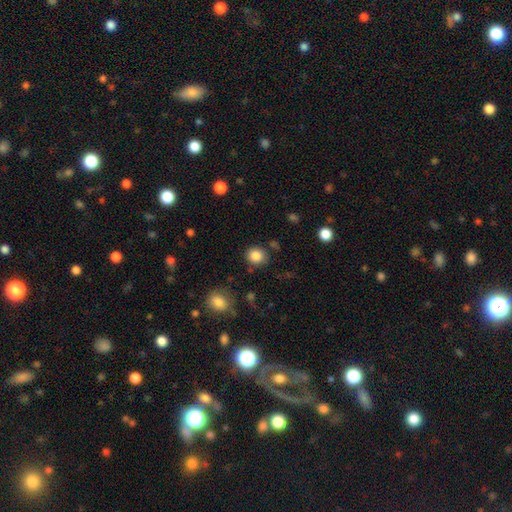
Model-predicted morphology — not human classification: A smooth galaxy with no disk features (86%) that is round (83%).

Vote fractions:
- Smooth or featured? smooth: 86% / star or artifact: 10% / featured or disk: 4%
- How rounded? round: 83% / in between: 16% / cigar-shaped: 1%
- Merging? none: 82% / minor disturbance: 11% / major disturbance: 4% / merger: 3%